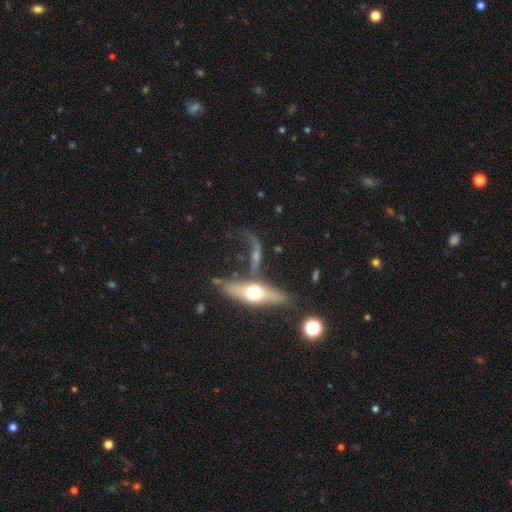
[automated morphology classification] The model was most divided on "edge-on disk": yes: 56%, no: 44%. Remaining: smooth or featured — featured or disk (66%); merging — none (37%).